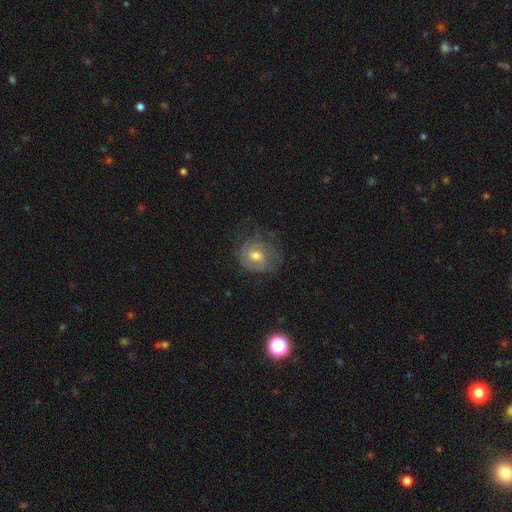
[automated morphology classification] The model was most divided on "bar": no: 48%, weak: 44%, strong: 8%. More confident: edge-on disk — no (97%); spiral arms — yes (79%); bulge size — moderate (69%); merging — none (63%); smooth or featured — featured or disk (60%).